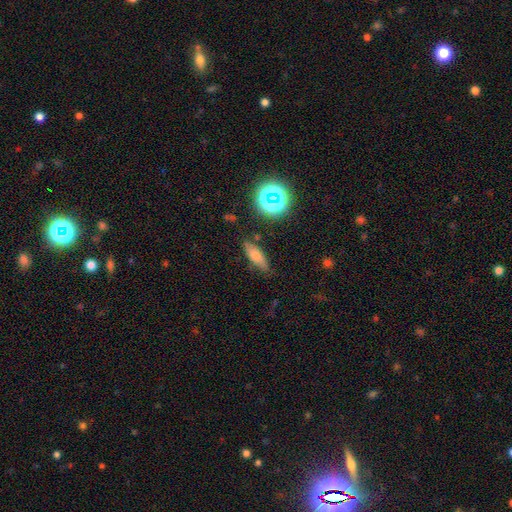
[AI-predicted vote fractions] A smooth galaxy with no disk features (68%) that is in between round and cigar-shaped (58%).

Vote fractions:
- Smooth or featured? smooth: 68% / featured or disk: 17% / star or artifact: 15%
- How rounded? in between: 58% / cigar-shaped: 38% / round: 5%
- Merging? none: 77% / minor disturbance: 16% / major disturbance: 4% / merger: 3%